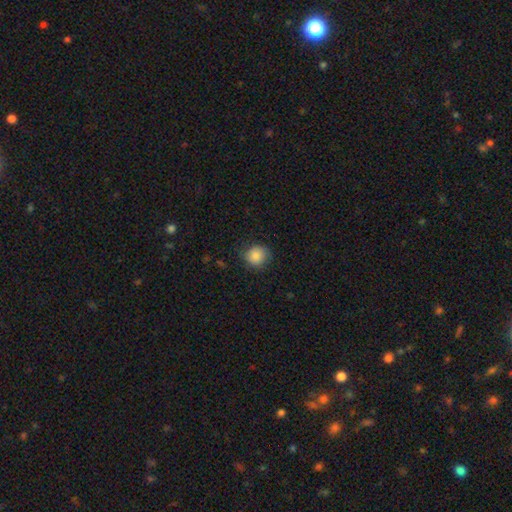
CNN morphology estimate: The model was most divided on "merging": none: 79%, minor disturbance: 16%, major disturbance: 4%, merger: 1%. More confident: how rounded — round (86%); smooth or featured — smooth (85%).